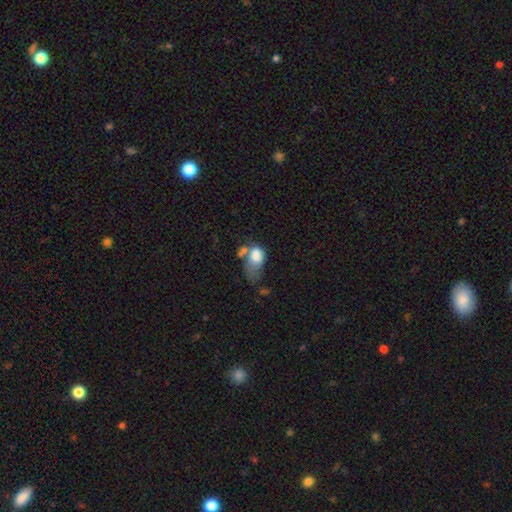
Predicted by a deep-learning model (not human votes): This appears to be a smooth galaxy with no disk features (72%) that is in between round and cigar-shaped (80%). Merging: major disturbance (37%).